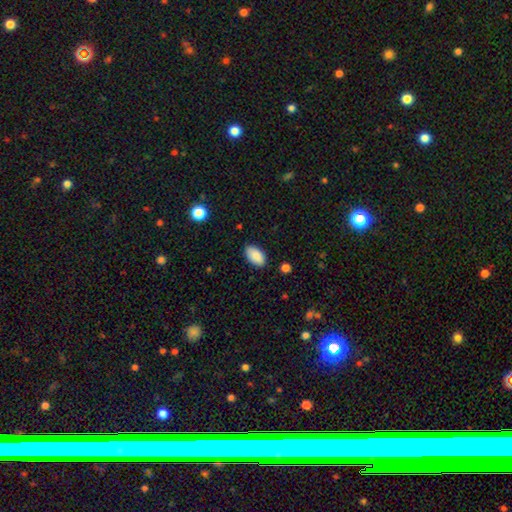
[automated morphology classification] A smooth galaxy with no disk features (89%) that is in between round and cigar-shaped (95%). Merging: none (84%).